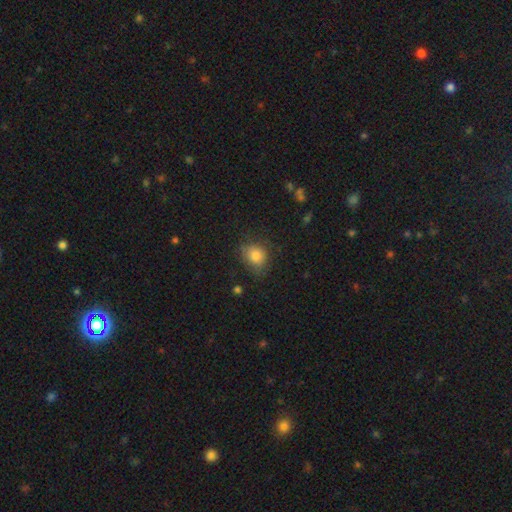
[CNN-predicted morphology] Q: Smooth or featured?
A: smooth (80%); runner-up: star or artifact (10%)
Q: How rounded?
A: round (61%); runner-up: in between (38%)
Q: Merging?
A: none (66%); runner-up: minor disturbance (24%)